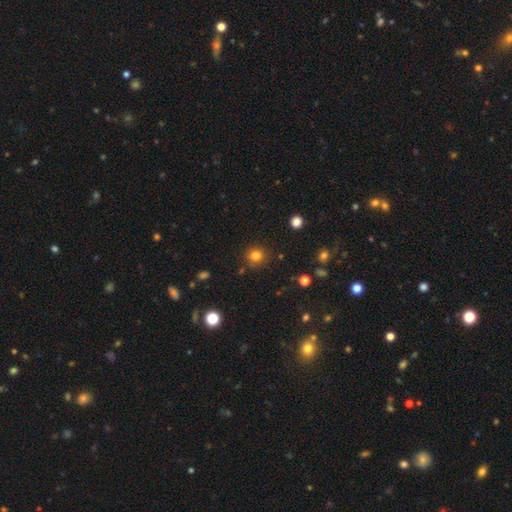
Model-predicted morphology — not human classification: This is clearly a smooth galaxy (81%). How rounded: clearly round (92%). Merging: clearly none (86%).